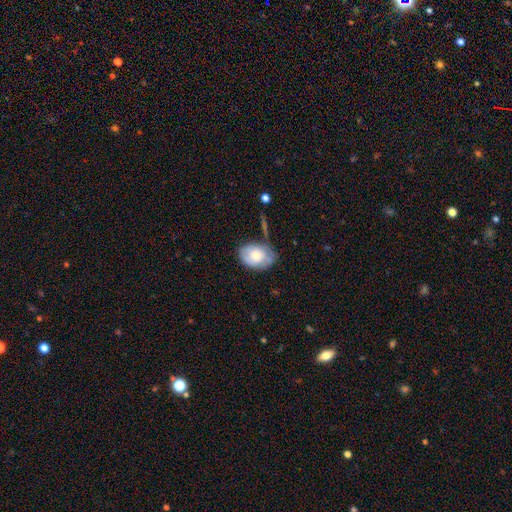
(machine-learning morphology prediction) Q: Smooth or featured?
A: smooth (63%); runner-up: featured or disk (30%)
Q: How rounded?
A: in between (74%); runner-up: round (24%)
Q: Merging?
A: none (57%); runner-up: minor disturbance (28%)